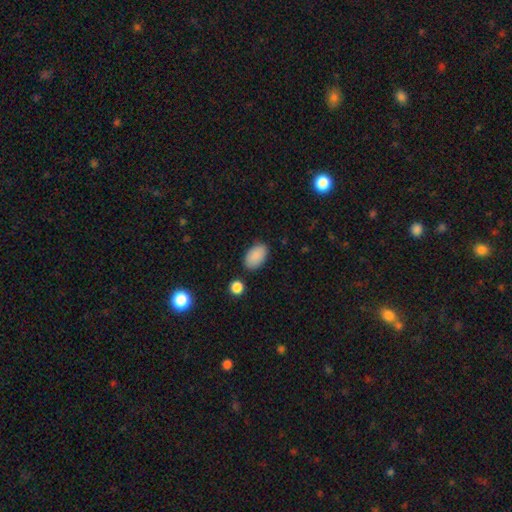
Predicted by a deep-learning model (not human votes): smooth_or_featured: smooth (p=0.89) [alt: star or artifact p=0.07]
how_rounded: in between (p=0.93) [alt: round p=0.06]
merging: none (p=0.82) [alt: minor disturbance p=0.12]